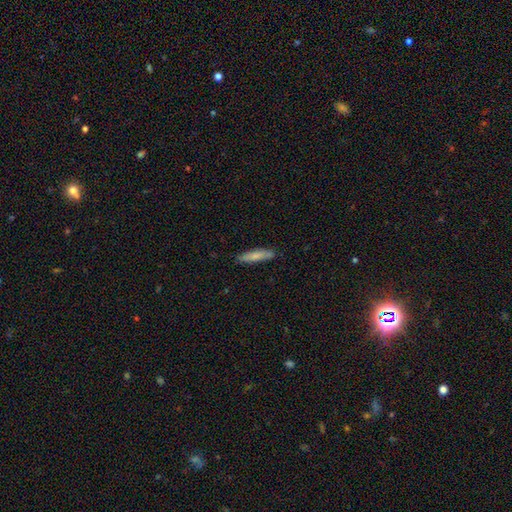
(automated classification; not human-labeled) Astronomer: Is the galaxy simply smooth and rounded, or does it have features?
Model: smooth — 76%.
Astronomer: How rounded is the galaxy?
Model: cigar-shaped — 85%.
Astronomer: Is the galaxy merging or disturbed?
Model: none — 86%.